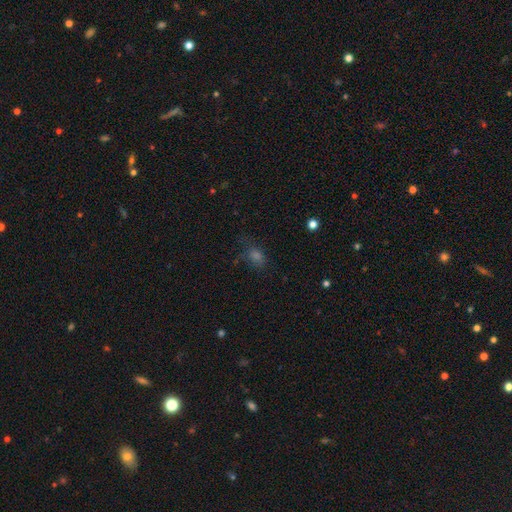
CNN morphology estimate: smooth_or_featured: smooth (p=0.54) [alt: star or artifact p=0.31]
how_rounded: in between (p=0.63) [alt: round p=0.34]
merging: none (p=0.59) [alt: minor disturbance p=0.21]